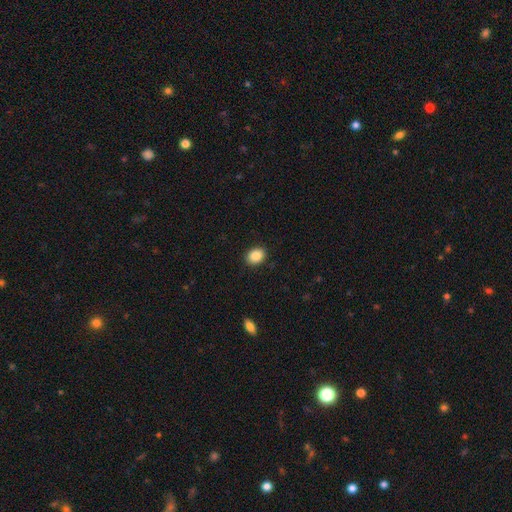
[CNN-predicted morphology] Smooth or featured?
  - smooth: 88% *
  - star or artifact: 8%
  - featured or disk: 4%
How rounded?
  - in between: 57% *
  - round: 42%
  - cigar-shaped: 1%
Merging?
  - none: 89% *
  - minor disturbance: 8%
  - major disturbance: 2%
  - merger: 1%